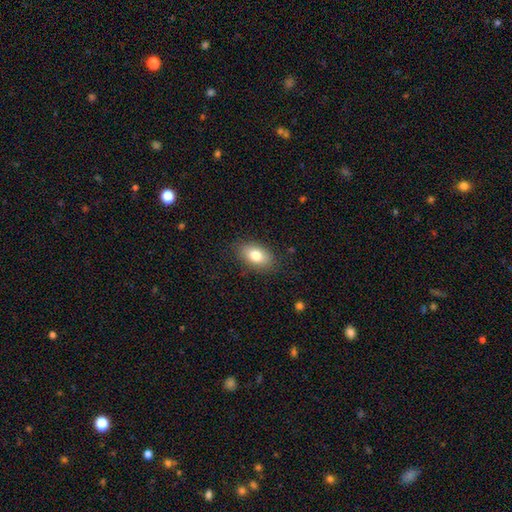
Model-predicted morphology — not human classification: A smooth galaxy with no disk features (80%) that is in between round and cigar-shaped (90%). Merging: none (84%).